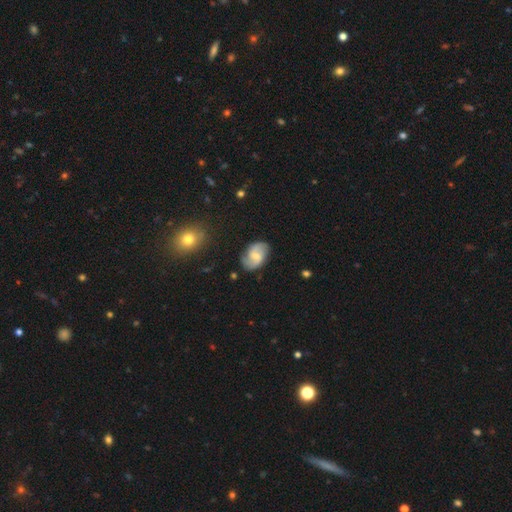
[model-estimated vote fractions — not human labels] Q: Smooth or featured?
A: featured or disk (74%); runner-up: smooth (20%)
Q: Edge-on disk?
A: no (97%); runner-up: yes (3%)
Q: Bar?
A: weak (53%); runner-up: no (37%)
Q: Spiral arms?
A: yes (94%); runner-up: no (6%)
Q: Spiral winding?
A: medium (46%); runner-up: loose (32%)
Q: Spiral arm count?
A: 2 (86%); runner-up: can't tell (7%)
Q: Bulge size?
A: small (49%); runner-up: moderate (41%)
Q: Merging?
A: none (76%); runner-up: minor disturbance (17%)